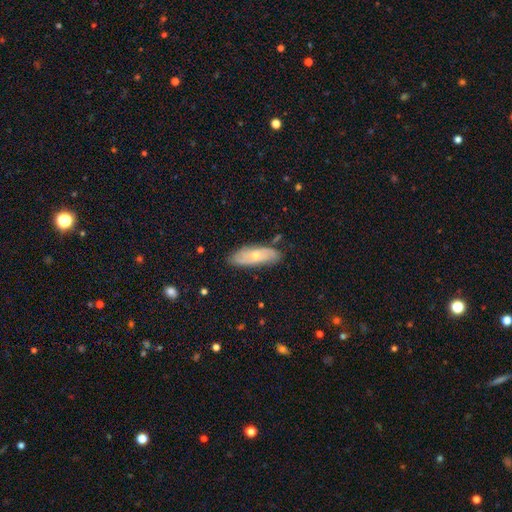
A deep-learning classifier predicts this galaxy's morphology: This appears to be a featured or disk galaxy (57%). Merging: none (78%).